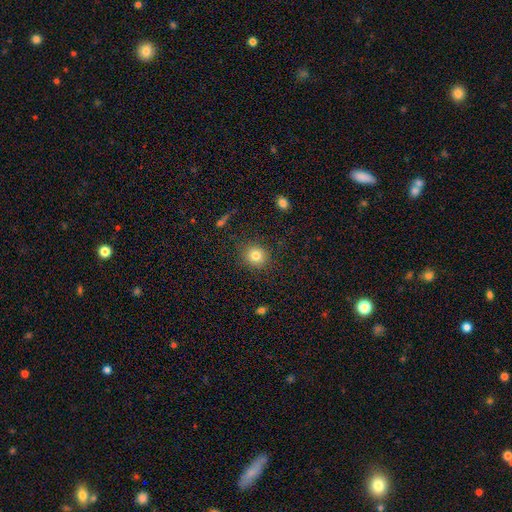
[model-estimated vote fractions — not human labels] This appears to be a smooth galaxy with no disk features (81%) that is round (84%). Merging: none (87%).